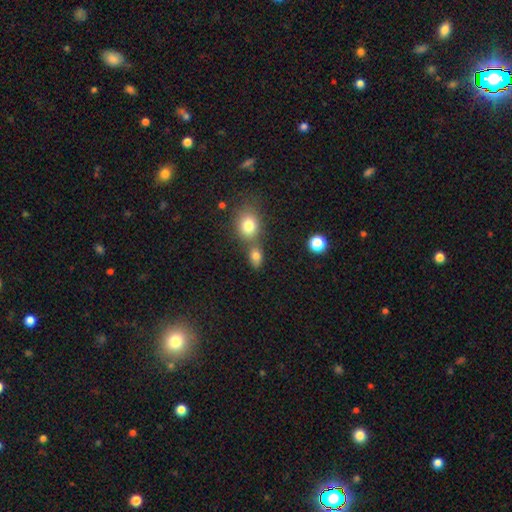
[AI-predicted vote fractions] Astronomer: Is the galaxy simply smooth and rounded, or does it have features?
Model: smooth — 79%.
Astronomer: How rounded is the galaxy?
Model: in between — 68%.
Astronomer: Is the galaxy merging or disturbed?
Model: none — 51% (runner-up: merger, 35%).